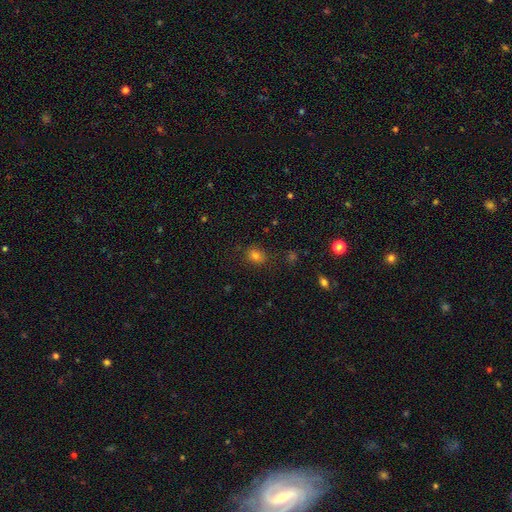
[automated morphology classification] Overall: smooth (78%). How rounded: in between (55%; round 44%). Merging: none (81%).